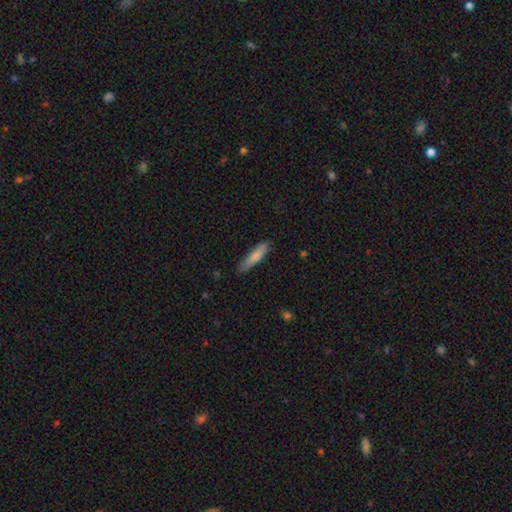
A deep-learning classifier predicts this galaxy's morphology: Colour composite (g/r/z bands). It shows a smooth galaxy with no disk features (76%) that is cigar-shaped (79%). Merging: none (73%).